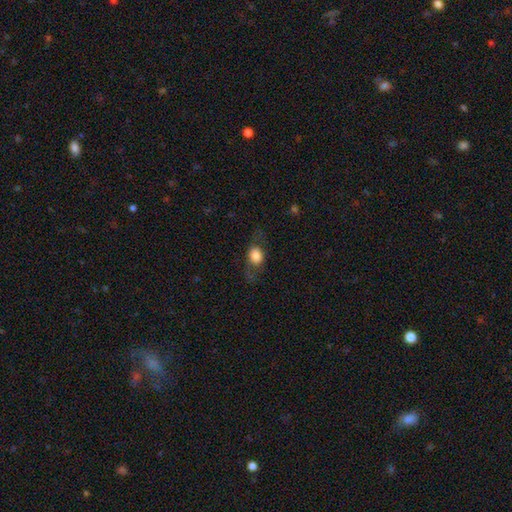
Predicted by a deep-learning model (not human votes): smooth_or_featured: smooth (p=0.70) [alt: featured or disk p=0.22]
how_rounded: in between (p=0.56) [alt: round p=0.41]
merging: none (p=0.63) [alt: minor disturbance p=0.19]